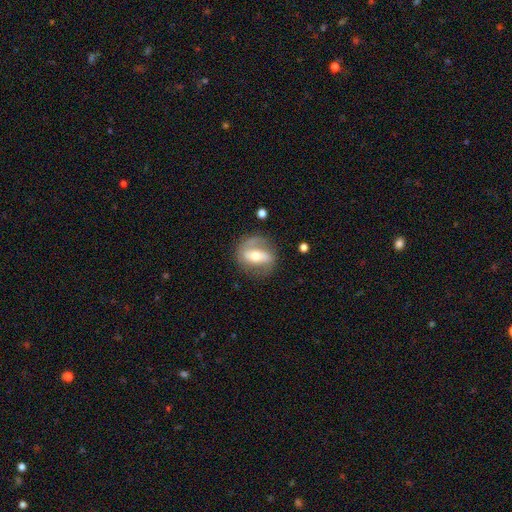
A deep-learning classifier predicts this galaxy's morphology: Smooth or featured: featured or disk — 65% (smooth — 28%)
Edge-on disk: no — 90% (yes — 10%)
Bar: strong — 51% (weak — 27%)
Spiral arms: yes — 69% (no — 31%)
Bulge size: moderate — 63% (small — 25%)
Merging: none — 68% (minor disturbance — 18%)